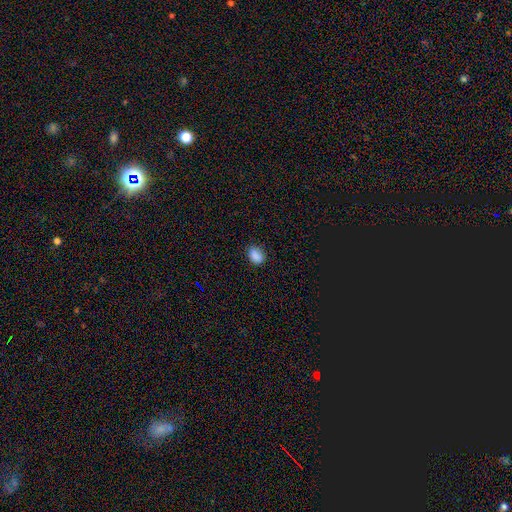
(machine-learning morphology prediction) Smooth or featured? smooth (87%)
How rounded? in between (78%)
Merging? none (82%)